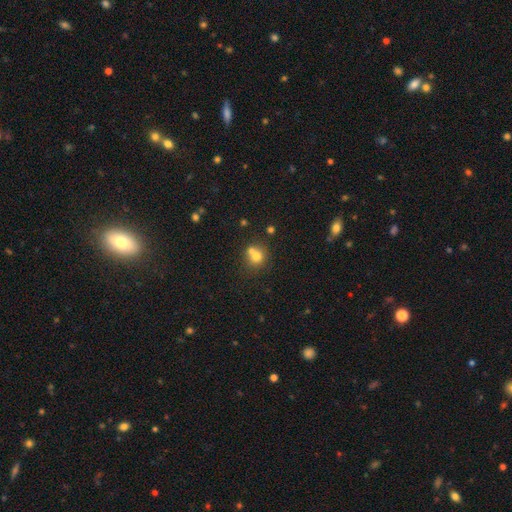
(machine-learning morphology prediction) smooth 72%, featured or disk 15%, star or artifact 14%. Down the decision tree: how rounded — round (84%); merging — none (45%).